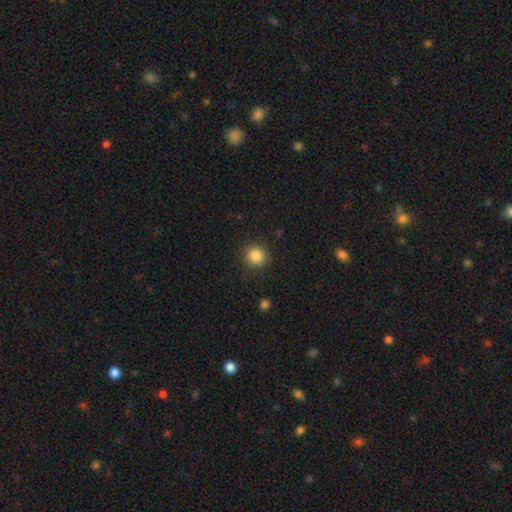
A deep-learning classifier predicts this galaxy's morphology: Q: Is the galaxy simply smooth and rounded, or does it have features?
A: smooth — 85%.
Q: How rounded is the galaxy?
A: round — 89%.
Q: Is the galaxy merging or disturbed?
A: none — 88%.